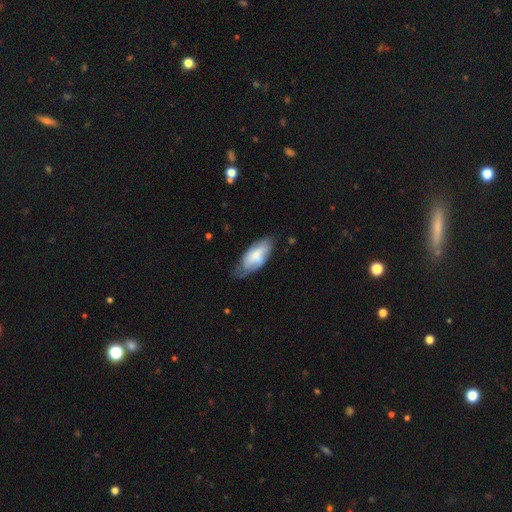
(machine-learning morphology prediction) Q: Smooth or featured?
A: smooth (54%); runner-up: featured or disk (40%)
Q: How rounded?
A: in between (87%); runner-up: cigar-shaped (11%)
Q: Merging?
A: none (52%); runner-up: minor disturbance (34%)